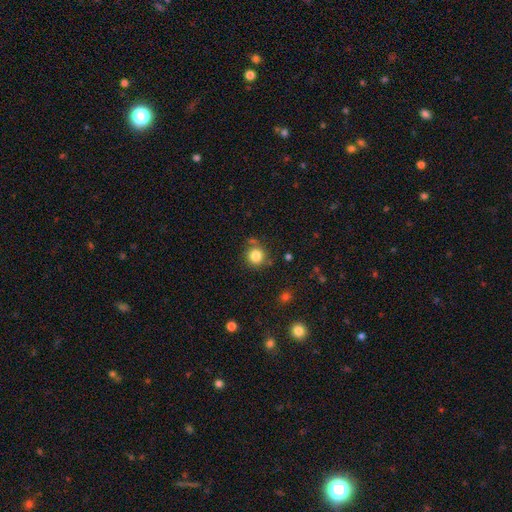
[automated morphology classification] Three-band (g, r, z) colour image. It shows a smooth galaxy with no disk features (83%) that is round (92%). Merging: none (77%).